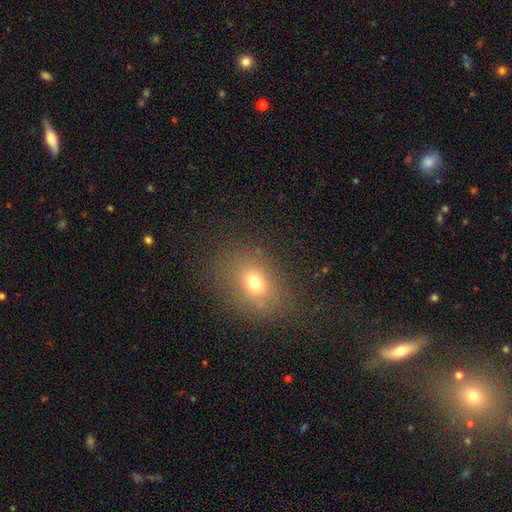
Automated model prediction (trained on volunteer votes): Morphology: type=smooth (62%); roundness=in between (51%); merging=none (81%).